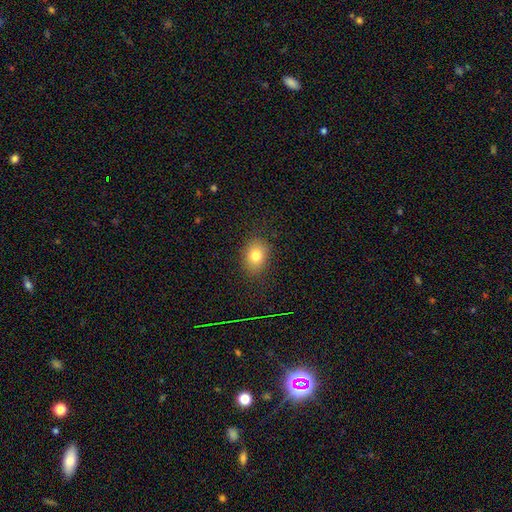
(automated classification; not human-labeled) Smooth or featured? Predicted: smooth (p=0.80). How rounded? Predicted: in between (p=0.66). Merging? Predicted: none (p=0.84).